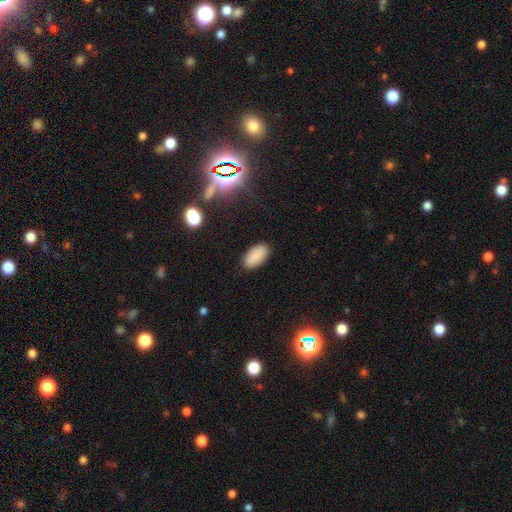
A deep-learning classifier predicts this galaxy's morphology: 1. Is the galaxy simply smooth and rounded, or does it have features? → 87% smooth, 8% star or artifact, 4% featured or disk.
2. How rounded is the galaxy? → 94% in between, 3% cigar-shaped, 3% round.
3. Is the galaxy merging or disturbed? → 89% none, 8% minor disturbance, 2% major disturbance, 1% merger.